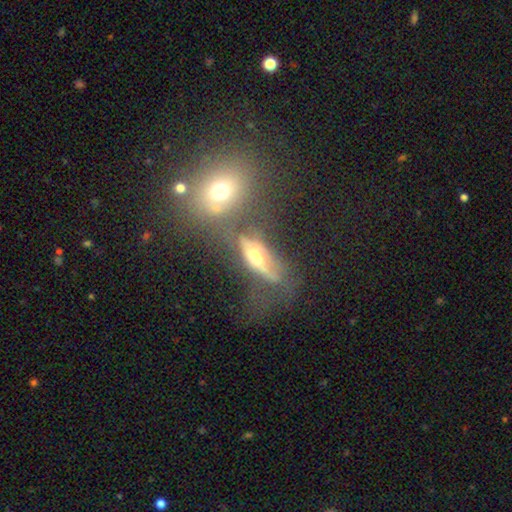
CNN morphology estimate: smooth_or_featured: featured or disk (p=0.47) [alt: smooth p=0.39]
merging: merger (p=0.34) [alt: none p=0.29]